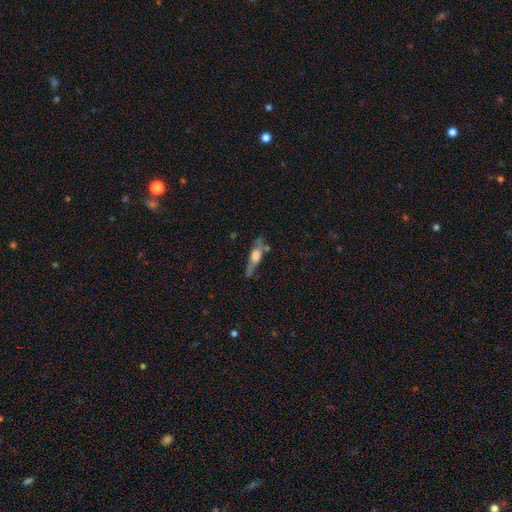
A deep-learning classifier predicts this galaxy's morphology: A featured or disk galaxy (51%) viewed edge-on (78%). Merging: none (59%).